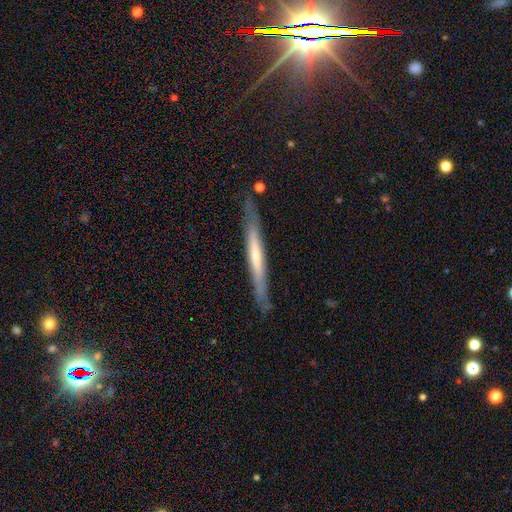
smooth_or_featured: smooth (p=0.61) [alt: featured or disk p=0.31]
how_rounded: cigar-shaped (p=1.00)
merging: none (p=0.70) [alt: minor disturbance p=0.27]